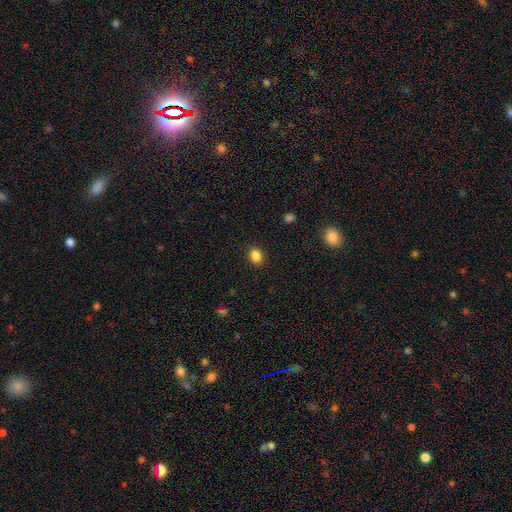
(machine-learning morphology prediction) A smooth galaxy with no disk features (86%) that is in between round and cigar-shaped (59%). Merging: none (89%).